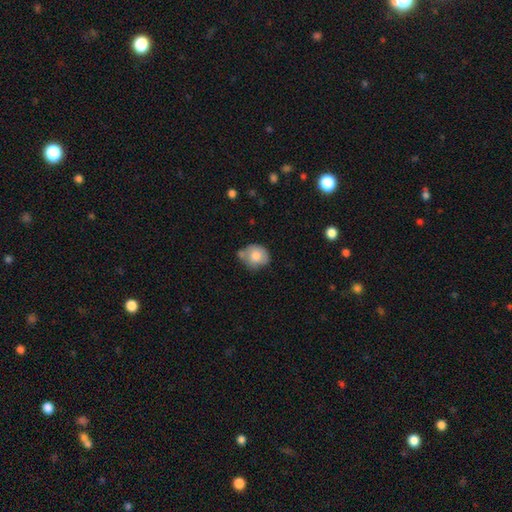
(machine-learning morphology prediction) smooth_or_featured: smooth (p=0.78) [alt: featured or disk p=0.14]
how_rounded: round (p=0.71) [alt: in between p=0.28]
merging: none (p=0.43) [alt: minor disturbance p=0.28]